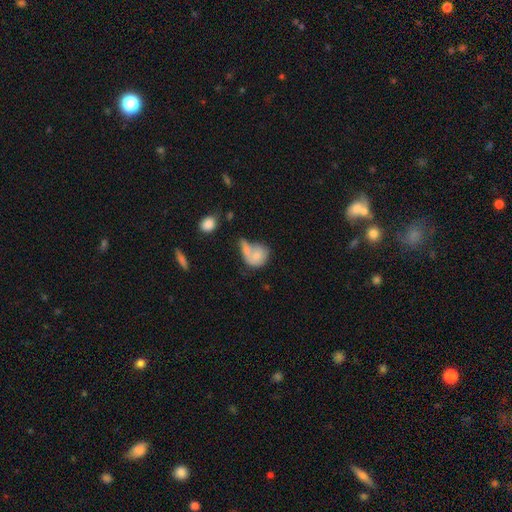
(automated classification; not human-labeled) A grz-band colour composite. It shows a smooth galaxy with no disk features (71%) that is round (63%). Merging: merger (48%).